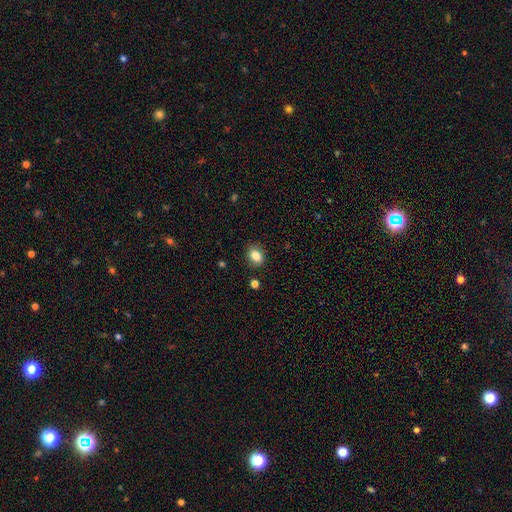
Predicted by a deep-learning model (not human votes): Q: Smooth or featured?
A: smooth (83%); runner-up: star or artifact (10%)
Q: How rounded?
A: in between (62%); runner-up: round (37%)
Q: Merging?
A: none (83%); runner-up: minor disturbance (12%)